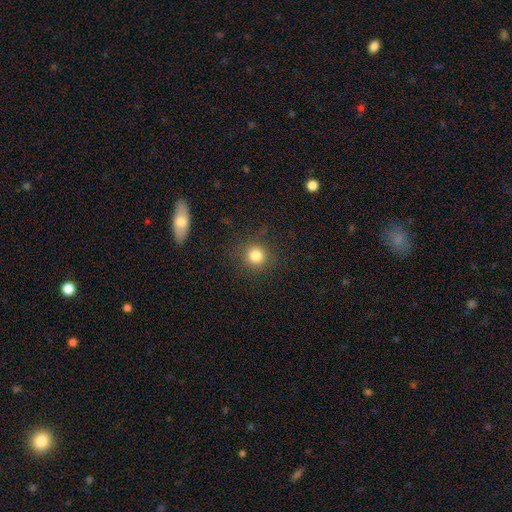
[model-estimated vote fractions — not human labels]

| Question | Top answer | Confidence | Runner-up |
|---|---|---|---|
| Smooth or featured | smooth | 82% | star or artifact (12%) |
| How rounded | round | 93% | in between (6%) |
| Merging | none | 88% | minor disturbance (8%) |